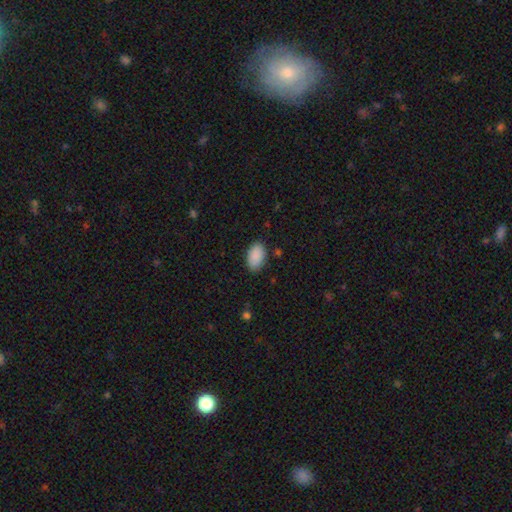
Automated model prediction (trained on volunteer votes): This is clearly a smooth galaxy (90%). How rounded: clearly in between (94%). Merging: clearly none (85%).